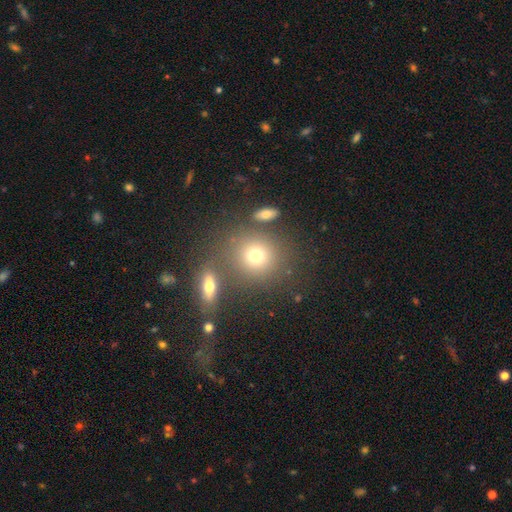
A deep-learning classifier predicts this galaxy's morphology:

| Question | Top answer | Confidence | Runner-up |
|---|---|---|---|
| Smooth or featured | smooth | 74% | star or artifact (14%) |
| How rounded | round | 82% | in between (16%) |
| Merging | none | 72% | merger (14%) |